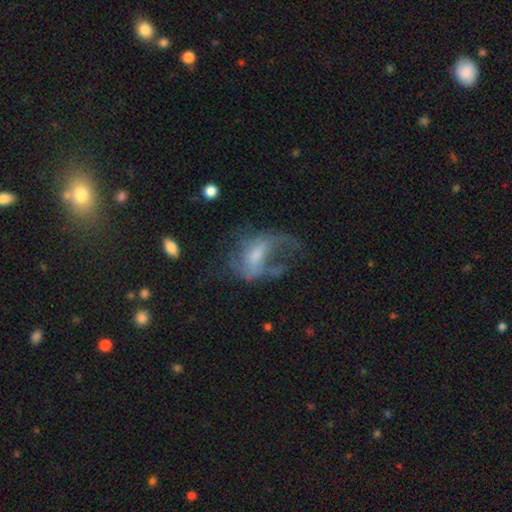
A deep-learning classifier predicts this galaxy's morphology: Smooth or featured: featured or disk — 61% (smooth — 29%)
Edge-on disk: no — 96% (yes — 4%)
Bar: no — 47% (weak — 40%)
Spiral arms: yes — 58% (no — 42%)
Bulge size: small — 35% (moderate — 34%)
Merging: major disturbance — 55% (none — 24%)